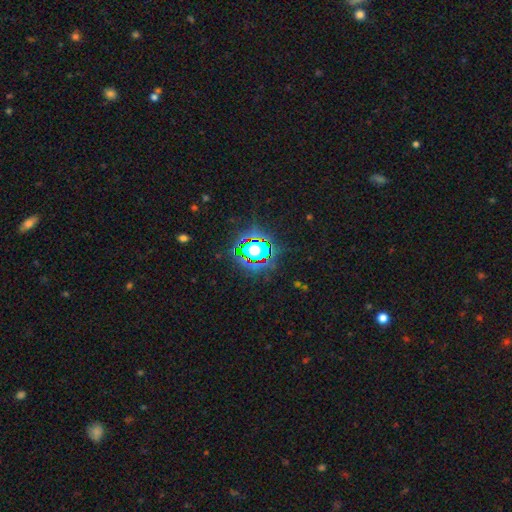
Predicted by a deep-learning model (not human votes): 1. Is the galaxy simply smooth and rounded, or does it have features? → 65% star or artifact, 23% smooth, 12% featured or disk.